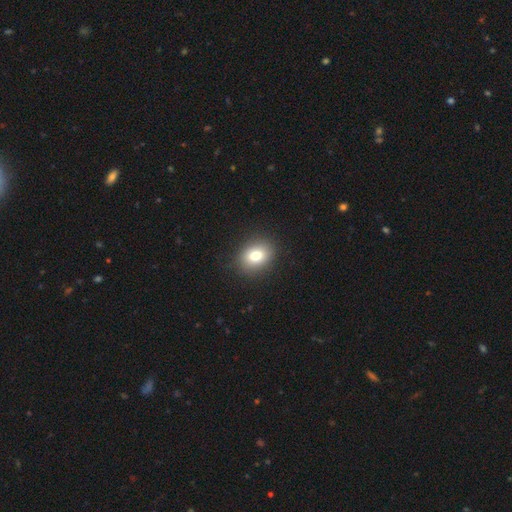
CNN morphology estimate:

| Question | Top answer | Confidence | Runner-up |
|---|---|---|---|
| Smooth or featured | smooth | 78% | star or artifact (11%) |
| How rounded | in between | 53% | round (46%) |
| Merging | none | 89% | minor disturbance (8%) |